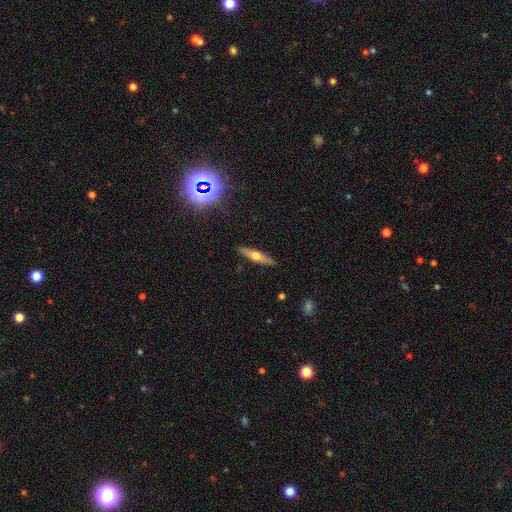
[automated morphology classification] This appears to be a featured or disk galaxy (49%). Merging: none (89%).